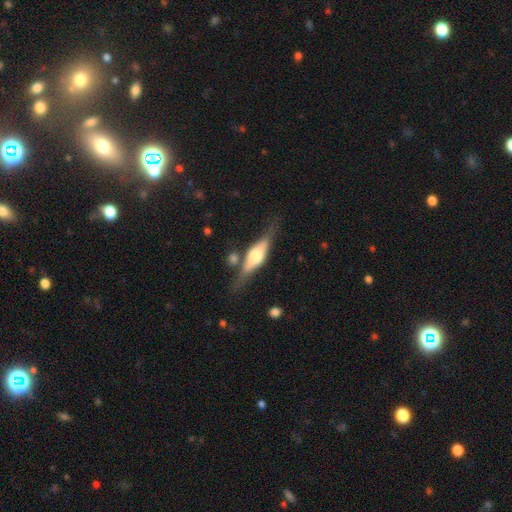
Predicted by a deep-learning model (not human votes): The model was most divided on "smooth or featured": featured or disk: 66%, smooth: 28%, star or artifact: 6%. More confident: edge-on disk — yes (93%); edge-on bulge — rounded (82%); merging — none (69%).